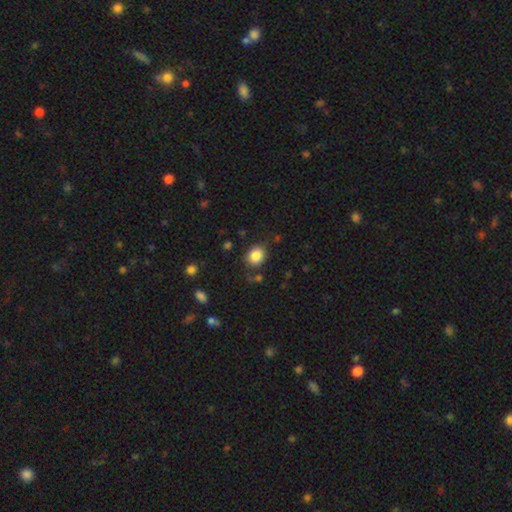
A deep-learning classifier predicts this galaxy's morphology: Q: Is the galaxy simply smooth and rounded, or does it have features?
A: smooth — 85%.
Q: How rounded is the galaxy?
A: round — 61%.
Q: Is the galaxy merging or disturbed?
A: none — 77%.